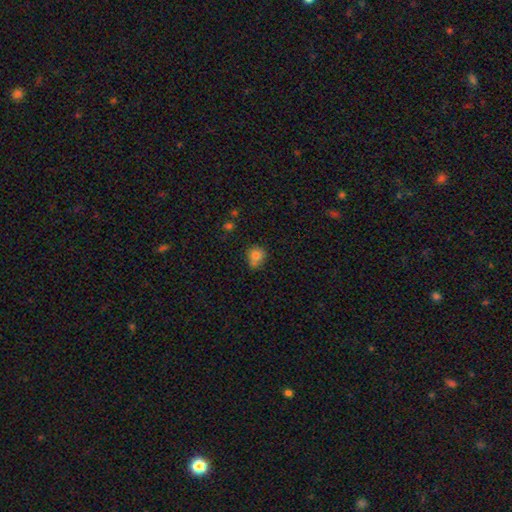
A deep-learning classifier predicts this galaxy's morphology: A smooth galaxy with no disk features (78%) that is round (74%).

Vote fractions:
- Smooth or featured? smooth: 78% / star or artifact: 11% / featured or disk: 10%
- How rounded? round: 74% / in between: 25% / cigar-shaped: 1%
- Merging? none: 55% / minor disturbance: 24% / merger: 15% / major disturbance: 6%